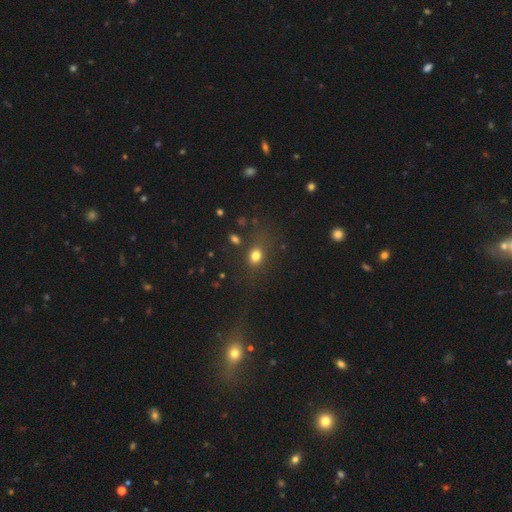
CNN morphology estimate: A smooth galaxy with no disk features (76%) that is in between round and cigar-shaped (52%).

Vote fractions:
- Smooth or featured? smooth: 76% / star or artifact: 16% / featured or disk: 8%
- How rounded? in between: 52% / round: 46% / cigar-shaped: 2%
- Merging? none: 72% / minor disturbance: 14% / major disturbance: 9% / merger: 5%